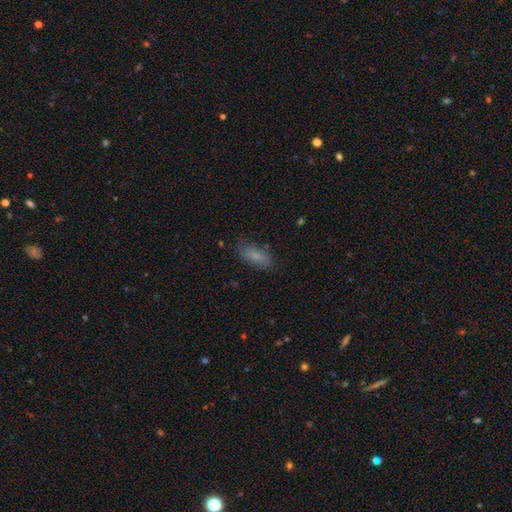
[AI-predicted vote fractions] Q: Smooth or featured?
A: smooth (80%); runner-up: featured or disk (12%)
Q: How rounded?
A: in between (79%); runner-up: cigar-shaped (19%)
Q: Merging?
A: none (79%); runner-up: minor disturbance (16%)